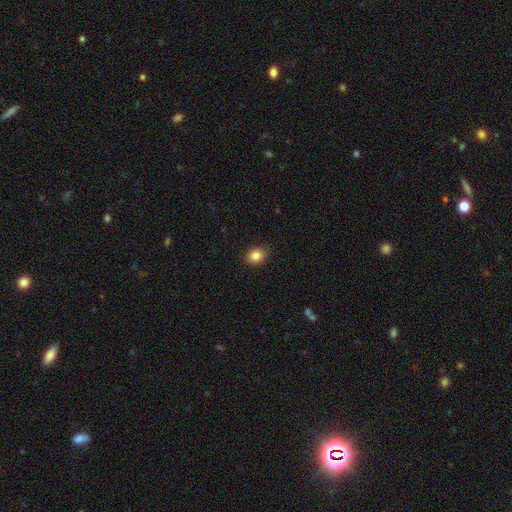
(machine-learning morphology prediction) A smooth galaxy with no disk features (85%) that is round (56%).

Vote fractions:
- Smooth or featured? smooth: 85% / star or artifact: 10% / featured or disk: 5%
- How rounded? round: 56% / in between: 43% / cigar-shaped: 1%
- Merging? none: 80% / minor disturbance: 16% / major disturbance: 3% / merger: 1%